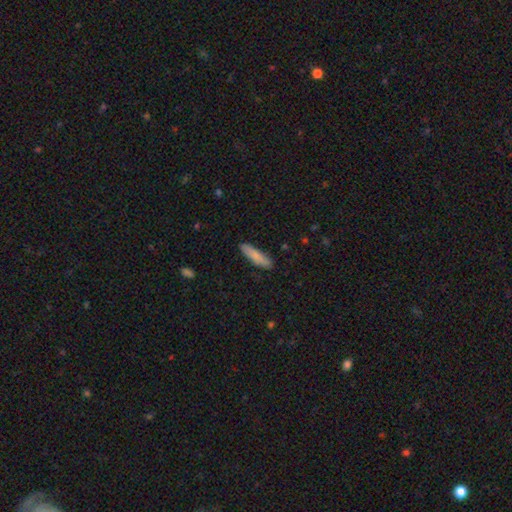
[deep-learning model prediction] This appears to be a smooth galaxy with no disk features (82%) that is cigar-shaped (74%). Merging: none (87%).